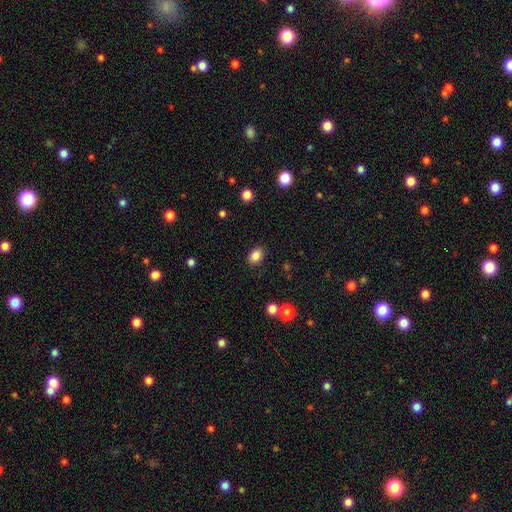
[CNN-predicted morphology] smooth 85%, star or artifact 10%, featured or disk 5%. Down the decision tree: how rounded — in between (71%); merging — none (87%).